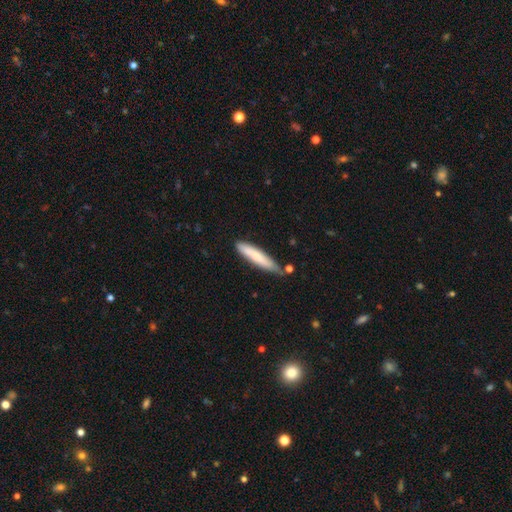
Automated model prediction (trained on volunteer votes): Morphology: type=smooth (77%); roundness=cigar-shaped (88%); merging=none (70%).